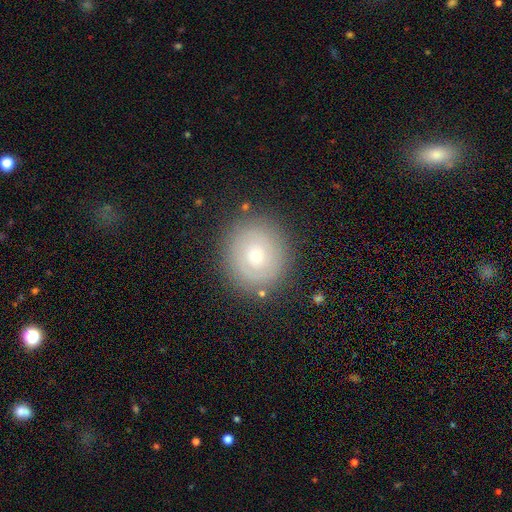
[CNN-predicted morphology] type=smooth (47%); merging=none (85%).